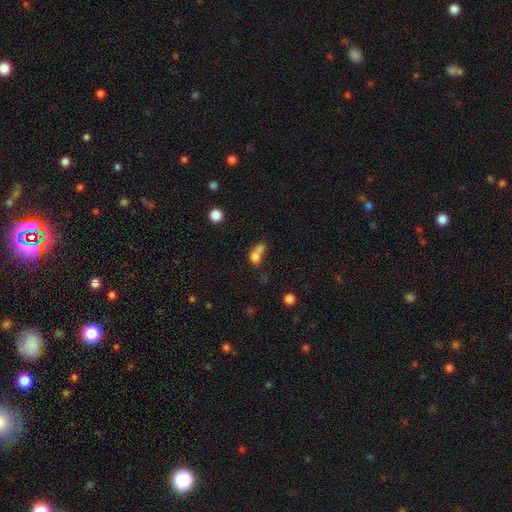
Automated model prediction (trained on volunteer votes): Morphology: type=smooth (73%); roundness=round (57%); merging=merger (66%).